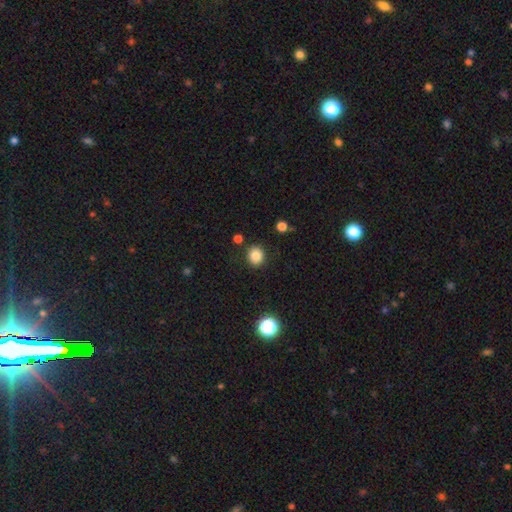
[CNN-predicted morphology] A smooth galaxy with no disk features (83%) that is round (78%). Merging: none (86%).